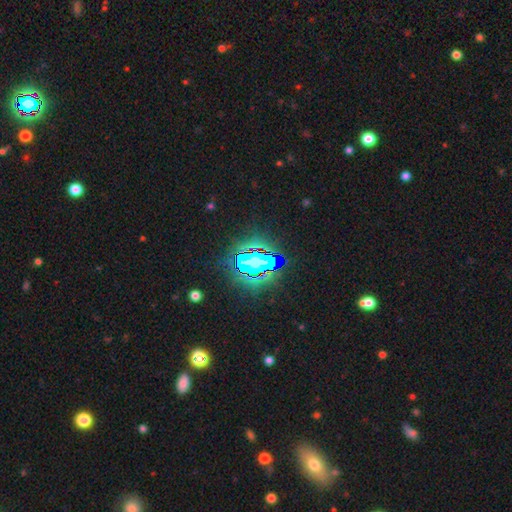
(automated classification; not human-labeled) Smooth or featured? Predicted: star or artifact (p=0.74).